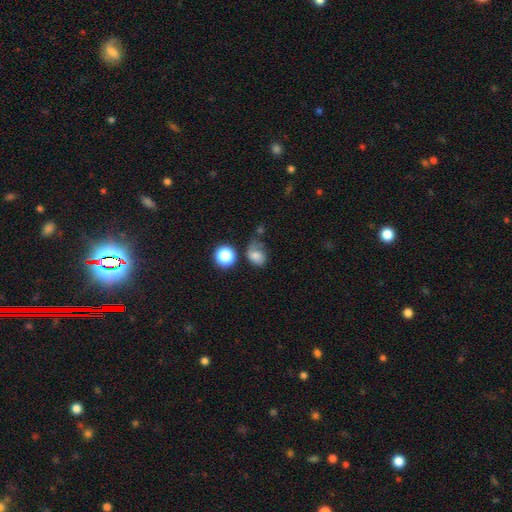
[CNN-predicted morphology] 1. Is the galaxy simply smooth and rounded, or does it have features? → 71% smooth, 15% featured or disk, 14% star or artifact.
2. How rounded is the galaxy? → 59% in between, 40% round, 1% cigar-shaped.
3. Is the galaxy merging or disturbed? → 35% none, 30% minor disturbance, 24% major disturbance, 11% merger.